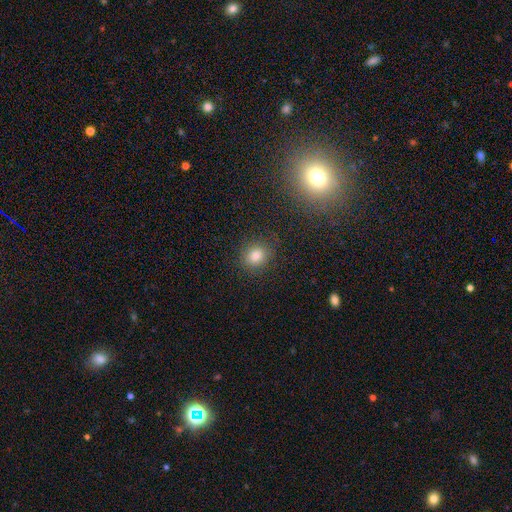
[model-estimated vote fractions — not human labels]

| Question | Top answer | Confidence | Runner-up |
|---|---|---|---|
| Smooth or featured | smooth | 81% | star or artifact (13%) |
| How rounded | round | 74% | in between (25%) |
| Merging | none | 86% | minor disturbance (9%) |